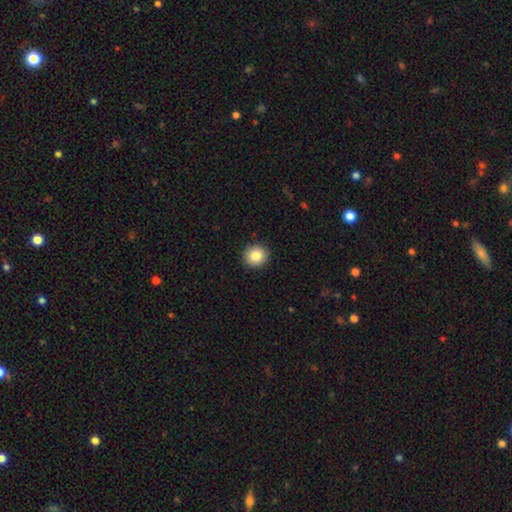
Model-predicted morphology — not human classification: smooth_or_featured: smooth (p=0.84) [alt: star or artifact p=0.09]
how_rounded: round (p=0.85) [alt: in between p=0.14]
merging: none (p=0.92) [alt: minor disturbance p=0.06]